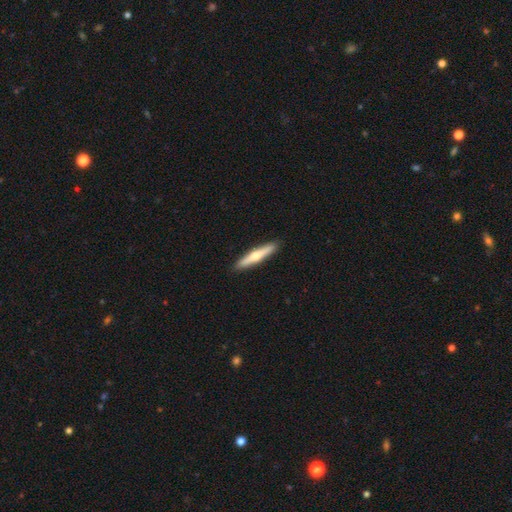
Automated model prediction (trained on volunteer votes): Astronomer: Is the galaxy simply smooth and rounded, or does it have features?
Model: featured or disk — 50% (runner-up: smooth, 46%).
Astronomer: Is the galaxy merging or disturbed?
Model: none — 92%.